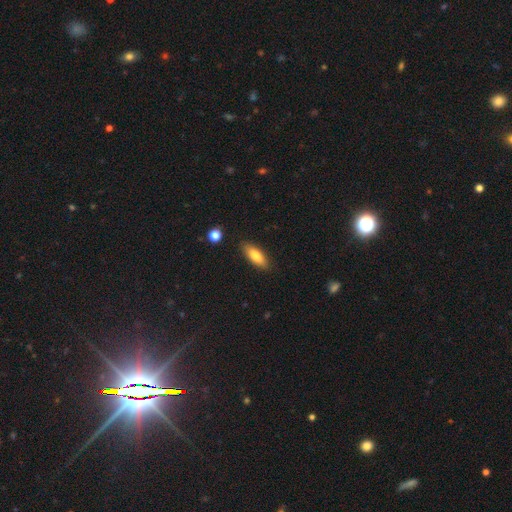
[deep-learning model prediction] This is likely a smooth galaxy (80%). How rounded: likely in between (62%). Merging: clearly none (87%).